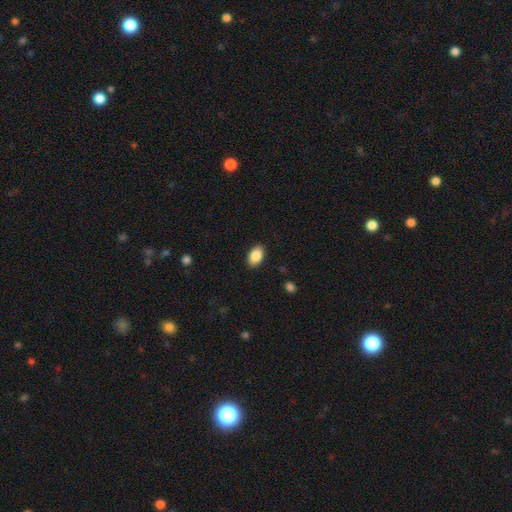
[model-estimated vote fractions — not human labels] smooth 89%, star or artifact 7%, featured or disk 4%. Down the decision tree: how rounded — in between (91%); merging — none (89%).